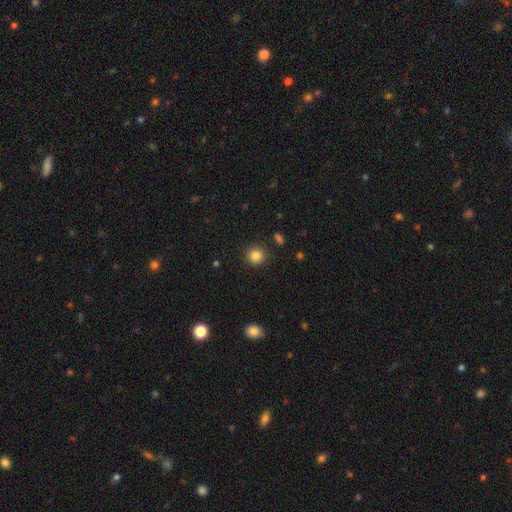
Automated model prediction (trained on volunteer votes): Morphology: type=smooth (84%); roundness=round (92%); merging=none (90%).